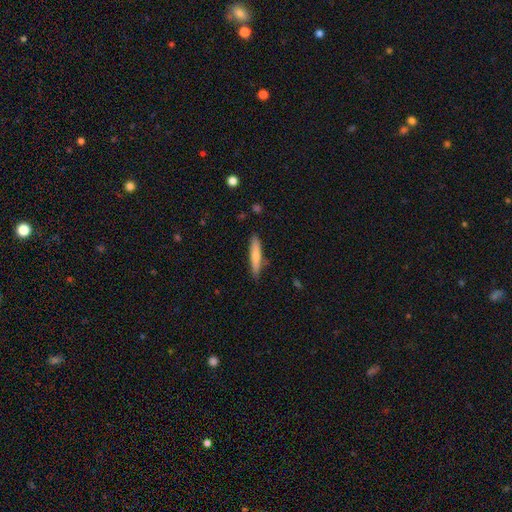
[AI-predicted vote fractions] smooth-or-featured: smooth: 72% | featured or disk: 22% | star or artifact: 6%
  how-rounded: cigar-shaped: 88% | in between: 11% | round: 1%
  merging: none: 82% | minor disturbance: 13% | merger: 3% | major disturbance: 2%